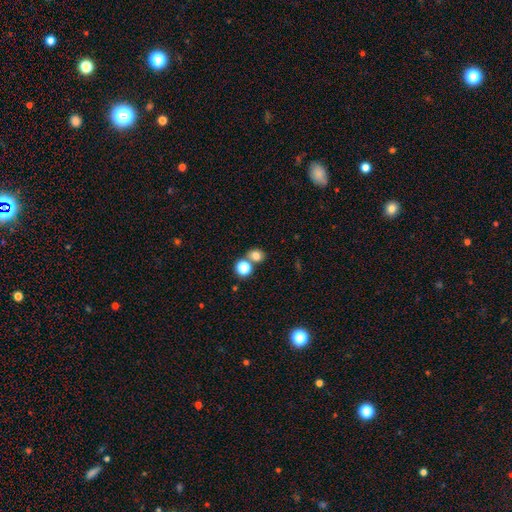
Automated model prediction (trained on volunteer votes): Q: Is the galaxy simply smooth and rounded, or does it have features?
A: smooth — 77%.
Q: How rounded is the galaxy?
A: round — 60%.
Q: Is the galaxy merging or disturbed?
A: none — 58%.